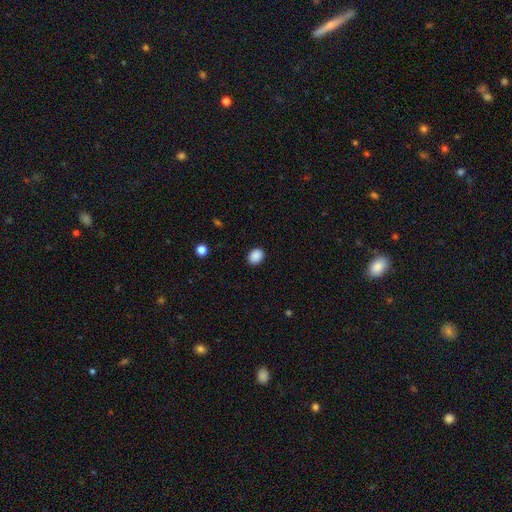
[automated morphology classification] This appears to be a smooth galaxy with no disk features (89%) that is in between round and cigar-shaped (57%). Merging: none (89%).